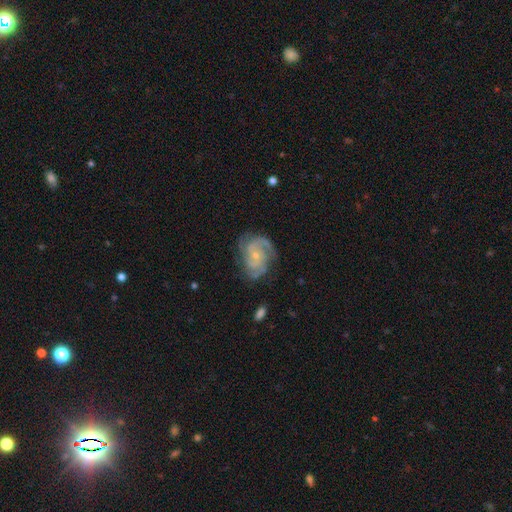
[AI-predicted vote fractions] Smooth or featured?
  - featured or disk: 87% *
  - smooth: 8%
  - star or artifact: 5%
Edge-on disk?
  - no: 98% *
  - yes: 2%
Bar?
  - no: 69% *
  - weak: 25%
  - strong: 5%
Spiral arms?
  - yes: 97% *
  - no: 3%
Spiral winding?
  - tight: 46% *
  - medium: 44%
  - loose: 10%
Spiral arm count?
  - 3: 36% *
  - 2: 34%
  - can't tell: 13%
  - 4: 7%
  - 1: 5%
  - more than 4: 5%
Bulge size?
  - small: 74% *
  - moderate: 20%
  - none: 3%
  - large: 1%
  - dominant: 1%
Merging?
  - none: 70% *
  - minor disturbance: 20%
  - major disturbance: 8%
  - merger: 2%